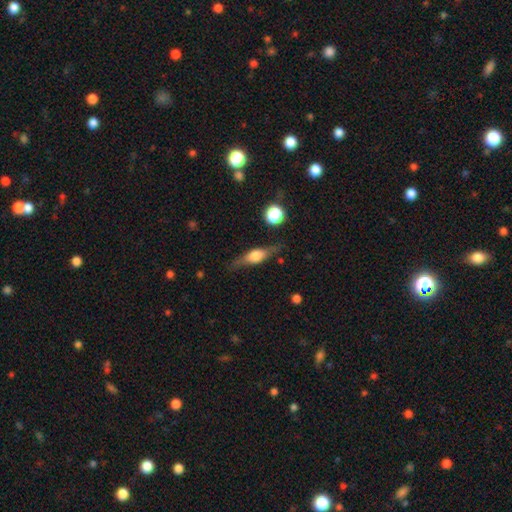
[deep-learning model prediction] Q: Smooth or featured?
A: featured or disk (60%); runner-up: smooth (32%)
Q: Edge-on disk?
A: yes (93%); runner-up: no (7%)
Q: Edge-on bulge?
A: rounded (89%); runner-up: boxy (9%)
Q: Merging?
A: none (79%); runner-up: minor disturbance (15%)